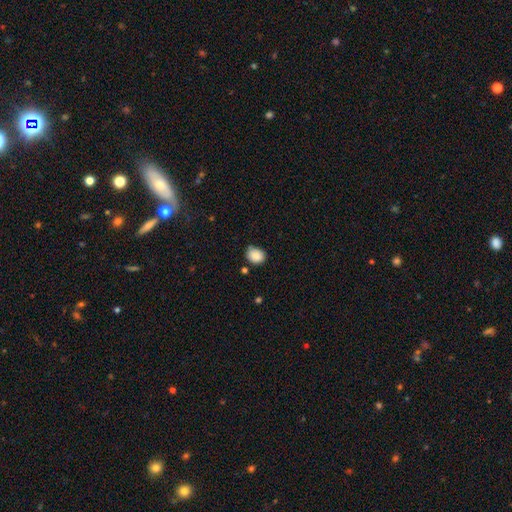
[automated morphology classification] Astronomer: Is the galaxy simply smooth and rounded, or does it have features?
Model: smooth — 87%.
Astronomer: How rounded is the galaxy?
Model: in between — 58% (runner-up: round, 41%).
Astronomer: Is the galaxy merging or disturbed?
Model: none — 71%.